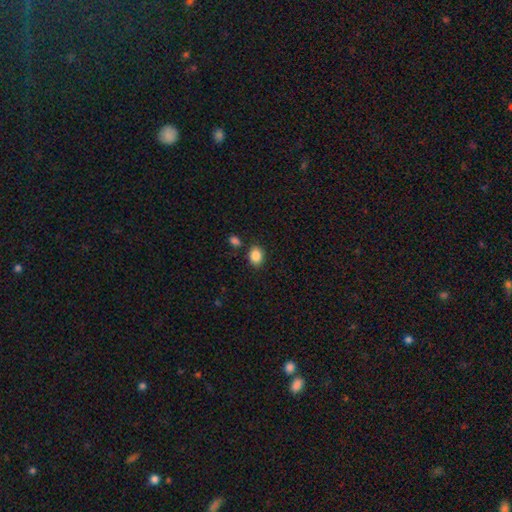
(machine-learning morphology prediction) smooth_or_featured: smooth (p=0.87) [alt: star or artifact p=0.09]
how_rounded: in between (p=0.59) [alt: round p=0.40]
merging: none (p=0.80) [alt: minor disturbance p=0.10]